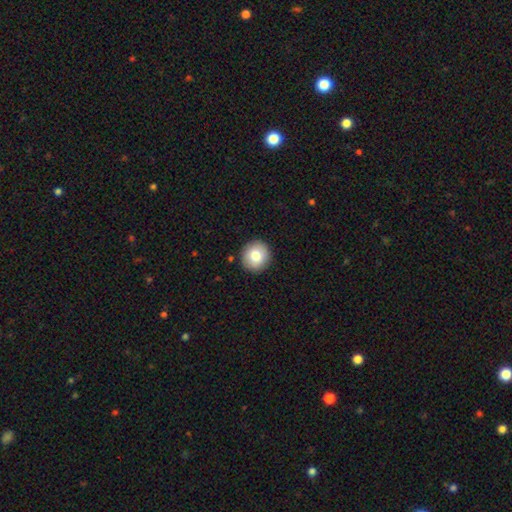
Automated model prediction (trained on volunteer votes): Smooth or featured? Predicted: smooth (p=0.79). How rounded? Predicted: round (p=0.92). Merging? Predicted: none (p=0.91).